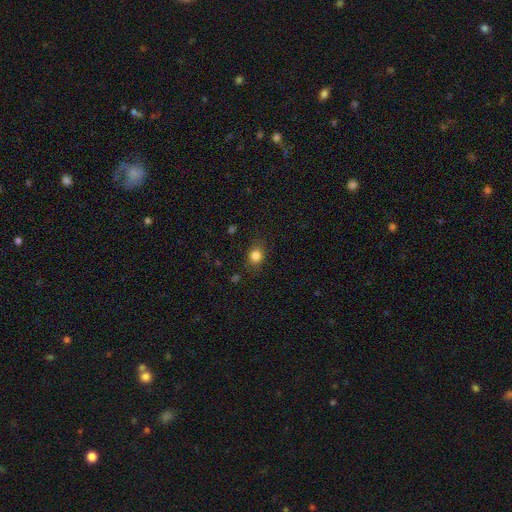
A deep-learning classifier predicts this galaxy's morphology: The model was most divided on "how rounded": round: 60%, in between: 38%, cigar-shaped: 1%. More confident: smooth or featured — smooth (83%); merging — none (83%).